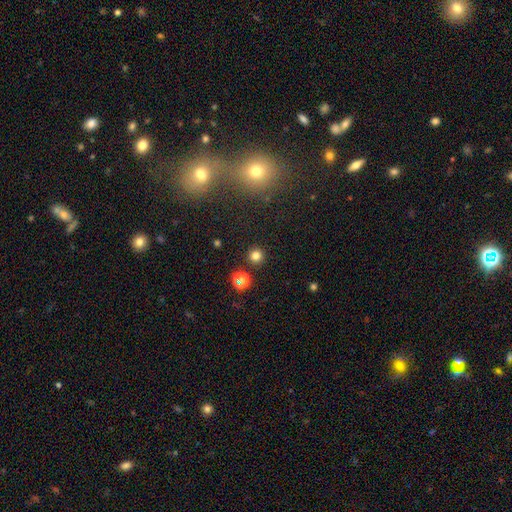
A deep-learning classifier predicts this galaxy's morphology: A smooth galaxy with no disk features (77%) that is round (95%). Merging: none (90%).